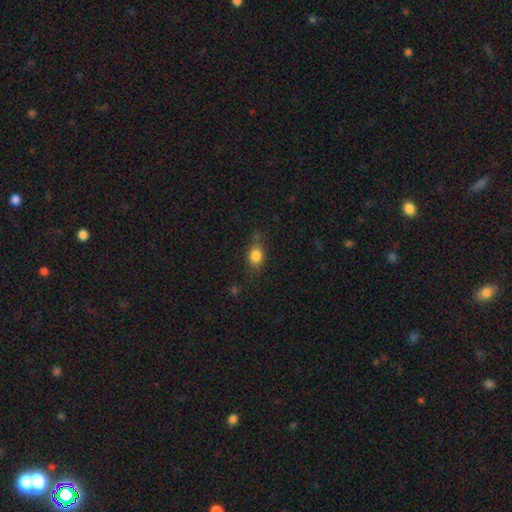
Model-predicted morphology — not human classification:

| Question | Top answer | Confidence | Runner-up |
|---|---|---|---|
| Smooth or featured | smooth | 83% | star or artifact (10%) |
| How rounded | in between | 66% | round (31%) |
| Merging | none | 71% | minor disturbance (20%) |